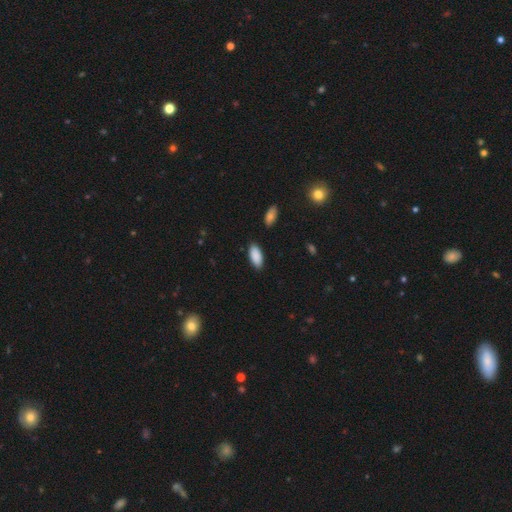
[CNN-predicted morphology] Smooth or featured? Predicted: smooth (p=0.90). How rounded? Predicted: in between (p=0.90). Merging? Predicted: none (p=0.86).